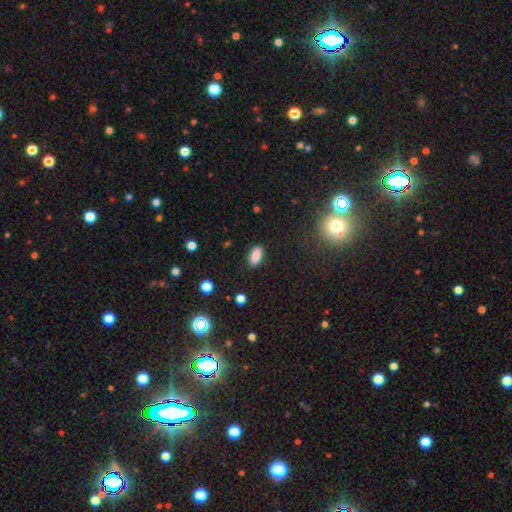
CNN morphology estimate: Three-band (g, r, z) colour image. It shows a smooth galaxy with no disk features (86%) that is in between round and cigar-shaped (90%). Merging: none (88%).